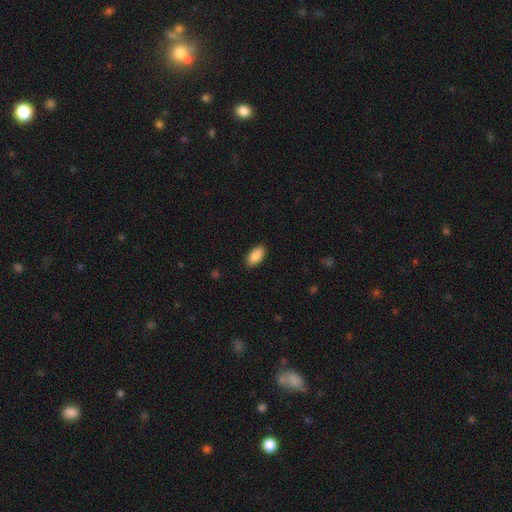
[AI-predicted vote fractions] This is clearly a smooth galaxy (90%). How rounded: clearly in between (94%). Merging: clearly none (89%).